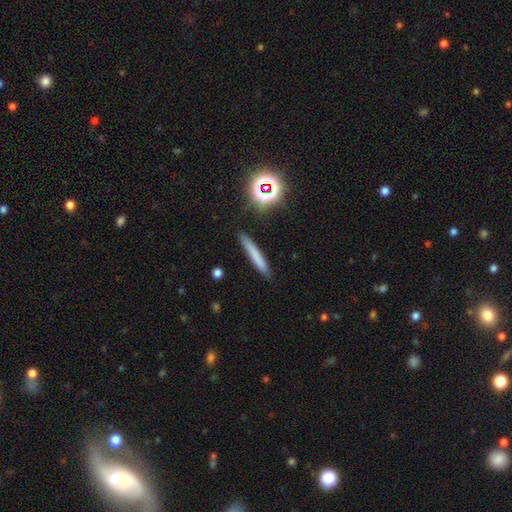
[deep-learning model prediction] Q: Smooth or featured?
A: smooth (69%); runner-up: featured or disk (19%)
Q: How rounded?
A: cigar-shaped (94%); runner-up: in between (4%)
Q: Merging?
A: none (87%); runner-up: minor disturbance (9%)